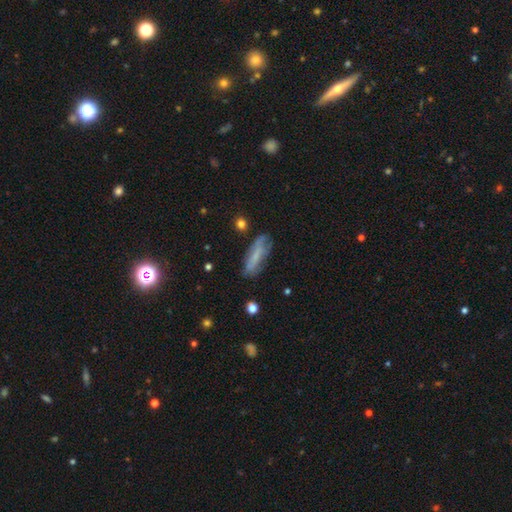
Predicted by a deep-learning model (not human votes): Morphology: type=smooth (54%); roundness=cigar-shaped (51%); merging=none (65%).